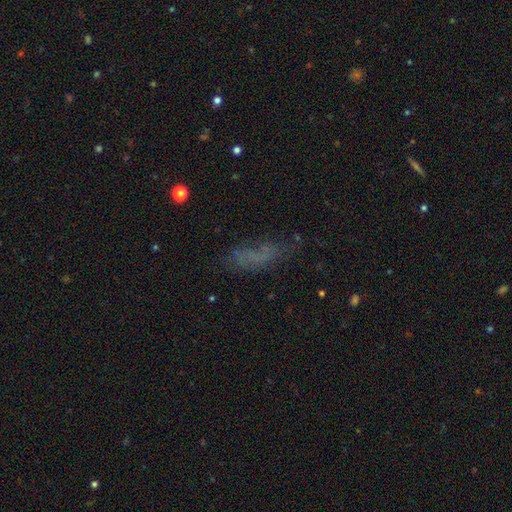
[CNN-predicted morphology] Smooth or featured: smooth — 55% (featured or disk — 25%)
How rounded: in between — 50% (cigar-shaped — 47%)
Merging: none — 53% (minor disturbance — 24%)